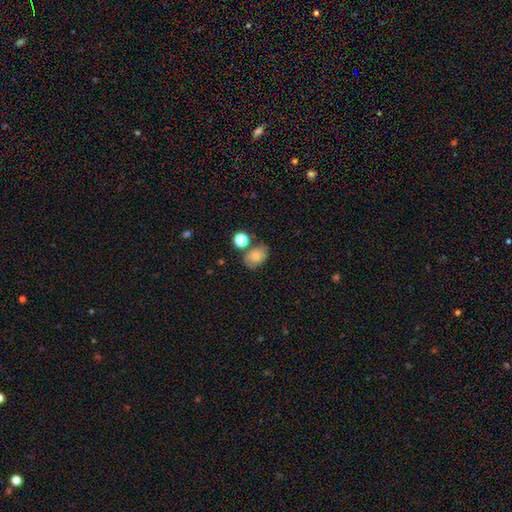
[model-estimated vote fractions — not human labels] The model was most divided on "how rounded": in between: 66%, round: 33%, cigar-shaped: 1%. More confident: smooth or featured — smooth (75%); merging — none (60%).